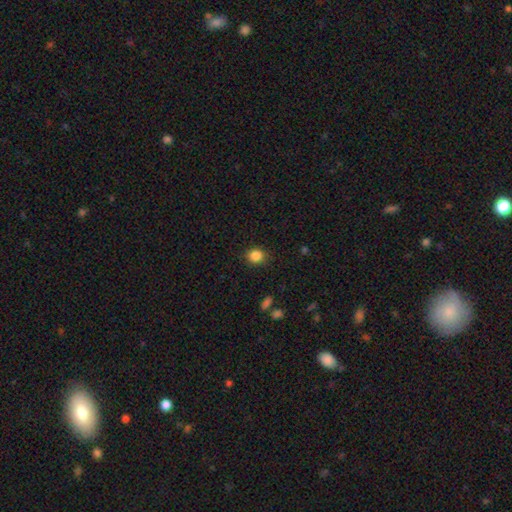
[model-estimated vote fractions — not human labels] This appears to be a smooth galaxy with no disk features (86%) that is round (71%). Merging: none (87%).